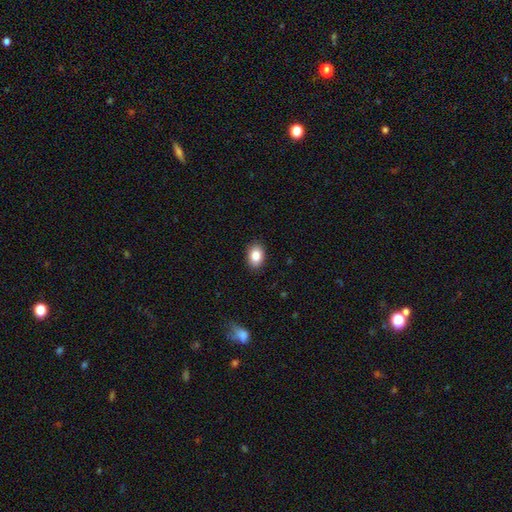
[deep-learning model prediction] Overall: smooth (85%). How rounded: in between (77%). Merging: none (89%).